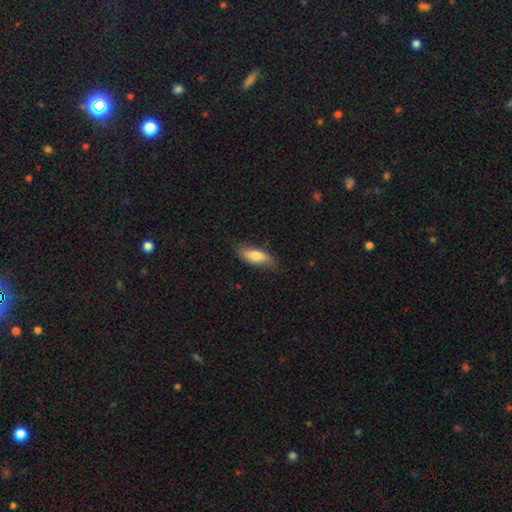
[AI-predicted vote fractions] Smooth or featured?
  - smooth: 71% *
  - featured or disk: 22%
  - star or artifact: 6%
How rounded?
  - in between: 73% *
  - cigar-shaped: 24%
  - round: 3%
Merging?
  - none: 76% *
  - minor disturbance: 19%
  - major disturbance: 4%
  - merger: 1%